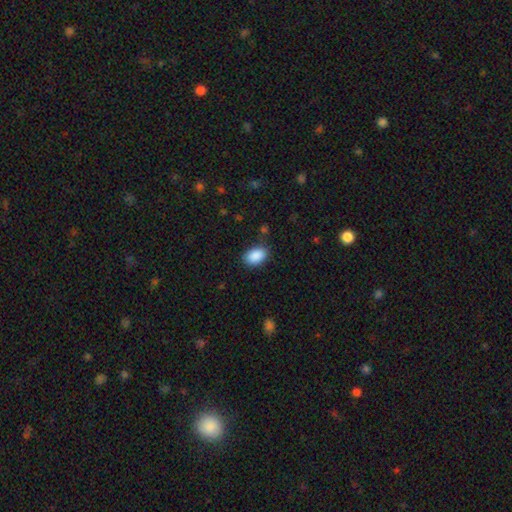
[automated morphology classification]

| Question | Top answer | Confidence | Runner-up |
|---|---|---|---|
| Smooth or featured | smooth | 90% | star or artifact (7%) |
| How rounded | in between | 89% | round (10%) |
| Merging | none | 83% | minor disturbance (13%) |